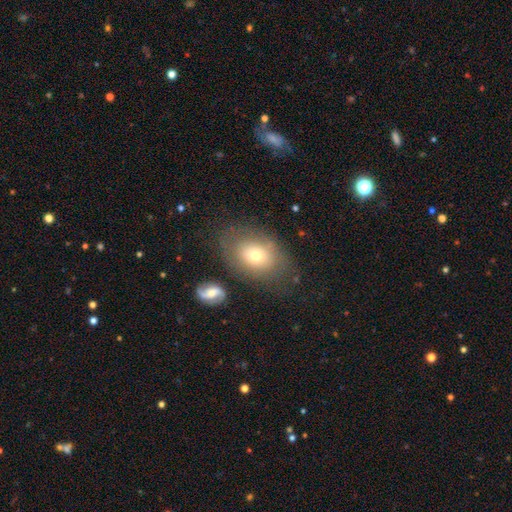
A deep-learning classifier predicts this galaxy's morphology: A smooth galaxy with no disk features (64%) that is in between round and cigar-shaped (73%). Merging: none (66%).